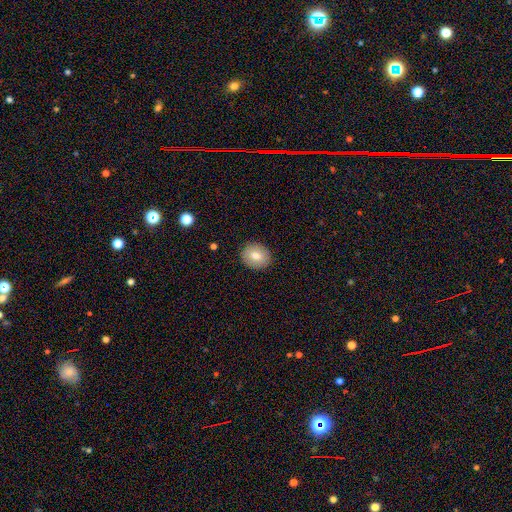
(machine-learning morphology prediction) smooth 77%, featured or disk 15%, star or artifact 8%. Down the decision tree: how rounded — round (63%); merging — none (89%).